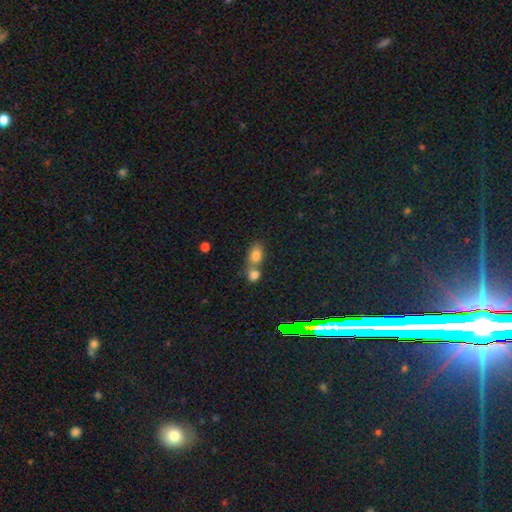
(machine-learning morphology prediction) A smooth galaxy with no disk features (80%) that is in between round and cigar-shaped (76%). Merging: merger (55%).